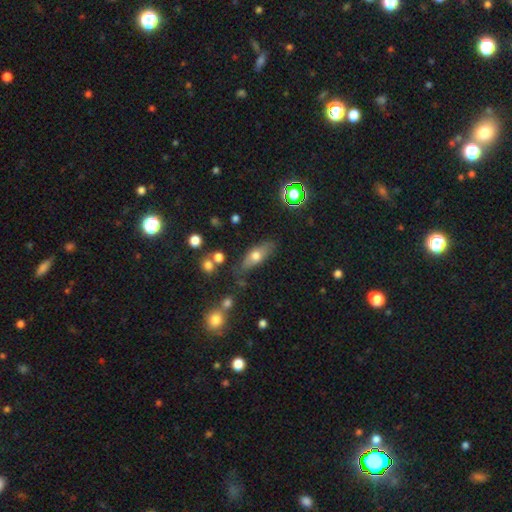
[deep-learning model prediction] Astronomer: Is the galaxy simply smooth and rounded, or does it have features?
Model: smooth — 63%.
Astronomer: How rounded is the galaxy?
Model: in between — 67%.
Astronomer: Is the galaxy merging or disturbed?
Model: none — 70%.